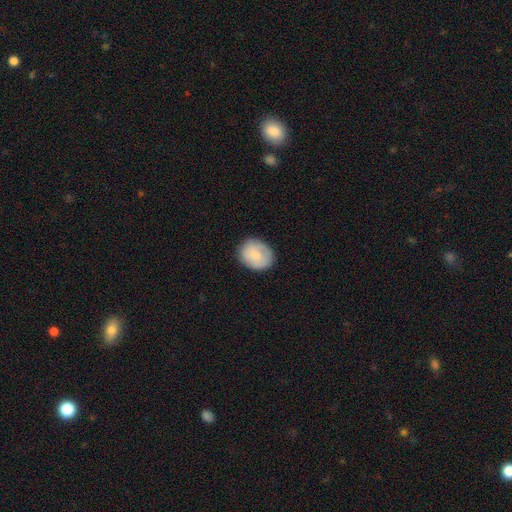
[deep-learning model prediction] smooth-or-featured: smooth: 73% | featured or disk: 20% | star or artifact: 7%
  how-rounded: round: 54% | in between: 45% | cigar-shaped: 1%
  merging: none: 80% | minor disturbance: 16% | major disturbance: 4% | merger: 1%